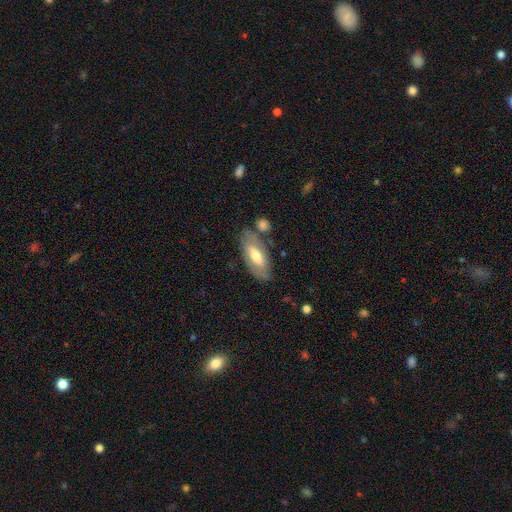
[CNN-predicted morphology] smooth 51%, featured or disk 43%, star or artifact 6%. Down the decision tree: how rounded — in between (82%); merging — none (71%).